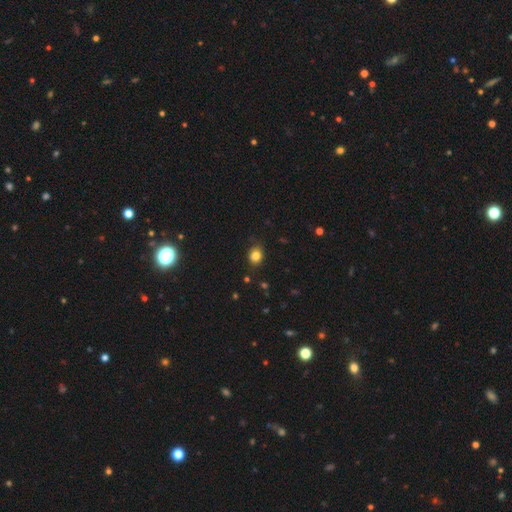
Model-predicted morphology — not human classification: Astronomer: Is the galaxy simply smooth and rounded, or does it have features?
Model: smooth — 83%.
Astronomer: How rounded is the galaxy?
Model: round — 61% (runner-up: in between, 38%).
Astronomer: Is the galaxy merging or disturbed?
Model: none — 80%.